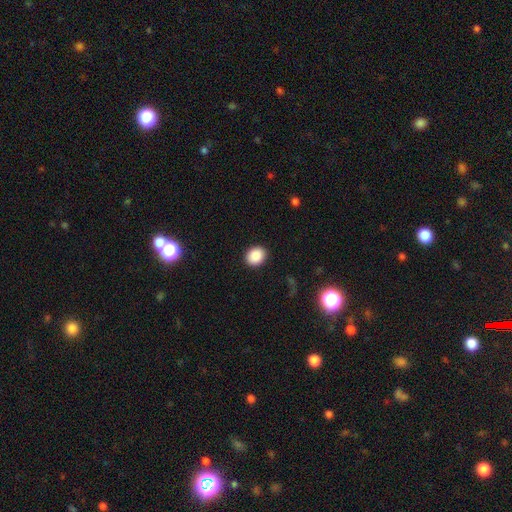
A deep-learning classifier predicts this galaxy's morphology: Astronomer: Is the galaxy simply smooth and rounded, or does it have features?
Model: smooth — 88%.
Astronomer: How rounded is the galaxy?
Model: round — 57% (runner-up: in between, 42%).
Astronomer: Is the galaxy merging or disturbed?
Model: none — 90%.